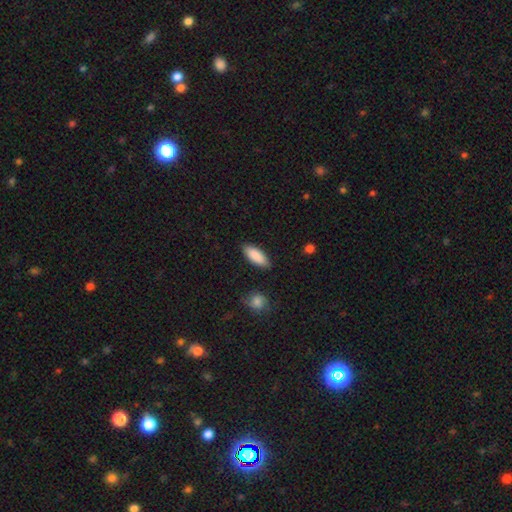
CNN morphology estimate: smooth_or_featured: smooth (p=0.88) [alt: featured or disk p=0.06]
how_rounded: in between (p=0.76) [alt: cigar-shaped p=0.22]
merging: none (p=0.86) [alt: minor disturbance p=0.10]